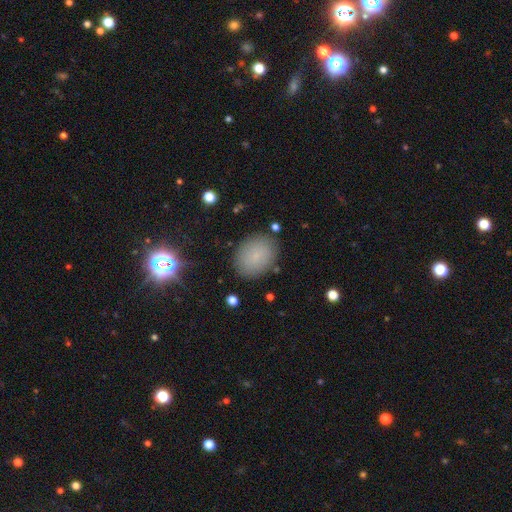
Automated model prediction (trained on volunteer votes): Smooth or featured? smooth (77%)
How rounded? in between (63%)
Merging? none (85%)